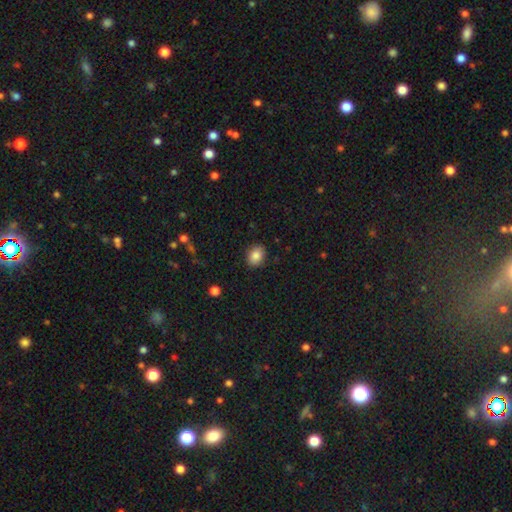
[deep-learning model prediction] Smooth or featured? Predicted: smooth (p=0.85). How rounded? Predicted: in between (p=0.58). Merging? Predicted: none (p=0.88).